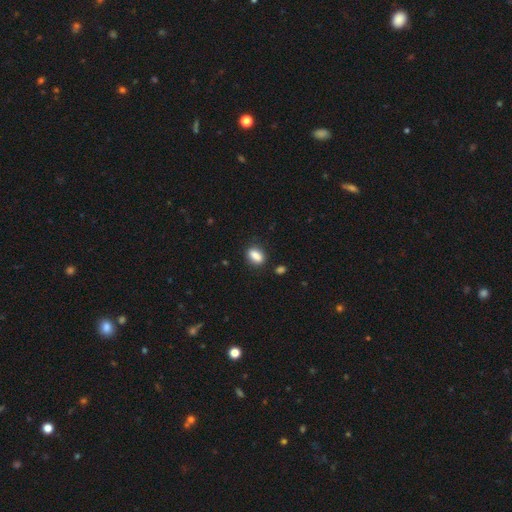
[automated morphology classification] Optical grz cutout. It shows a smooth galaxy with no disk features (87%) that is in between round and cigar-shaped (82%). Merging: none (82%).